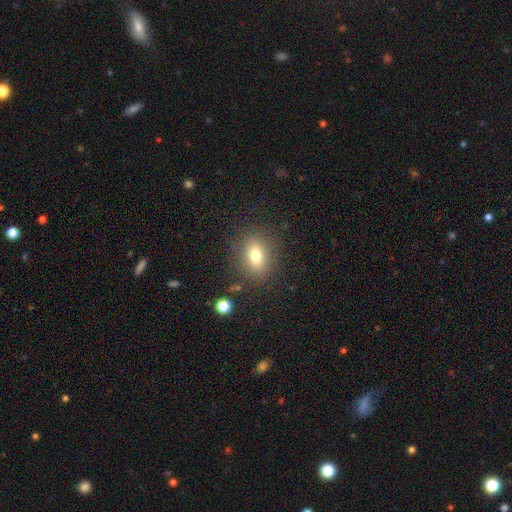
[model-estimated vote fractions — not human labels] The model was most divided on "how rounded": in between: 69%, round: 26%, cigar-shaped: 5%. More confident: merging — none (84%); smooth or featured — smooth (74%).